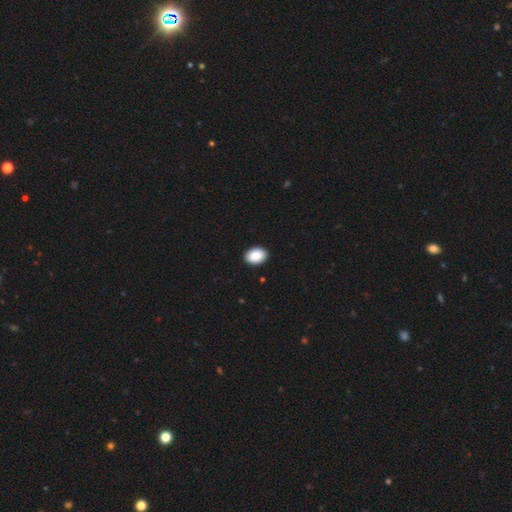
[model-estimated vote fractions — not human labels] This appears to be a smooth galaxy with no disk features (90%) that is in between round and cigar-shaped (82%). Merging: none (92%).